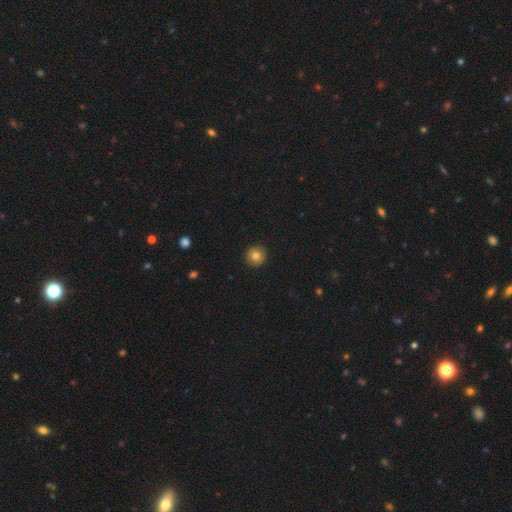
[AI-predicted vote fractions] smooth_or_featured: smooth (p=0.80) [alt: star or artifact p=0.10]
how_rounded: round (p=0.94) [alt: in between p=0.05]
merging: none (p=0.92) [alt: minor disturbance p=0.05]